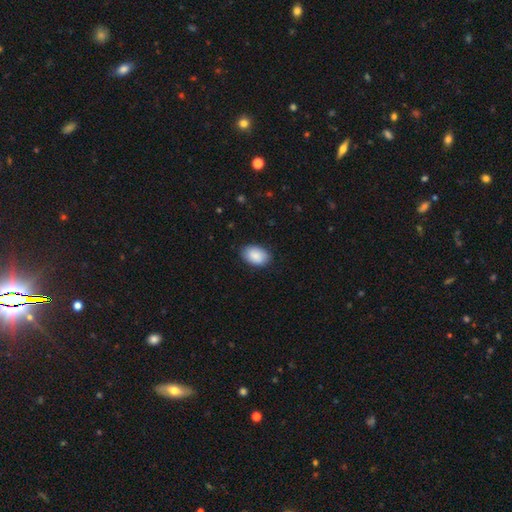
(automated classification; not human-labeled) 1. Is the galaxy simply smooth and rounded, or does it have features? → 89% smooth, 6% star or artifact, 5% featured or disk.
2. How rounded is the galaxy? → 89% in between, 10% round, 1% cigar-shaped.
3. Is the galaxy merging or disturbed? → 85% none, 12% minor disturbance, 2% major disturbance, 1% merger.